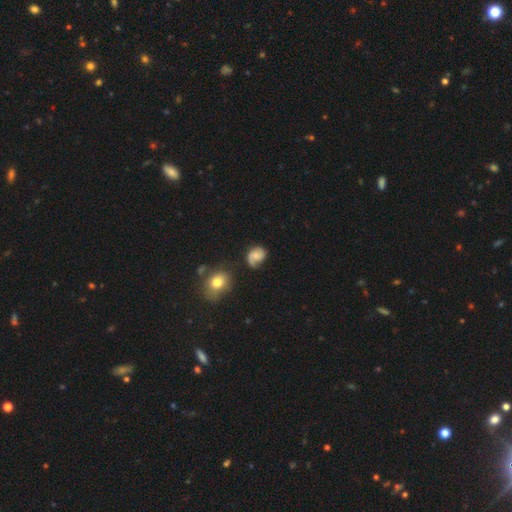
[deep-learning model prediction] This is possibly a smooth galaxy (46%). Merging: possibly none (53%).